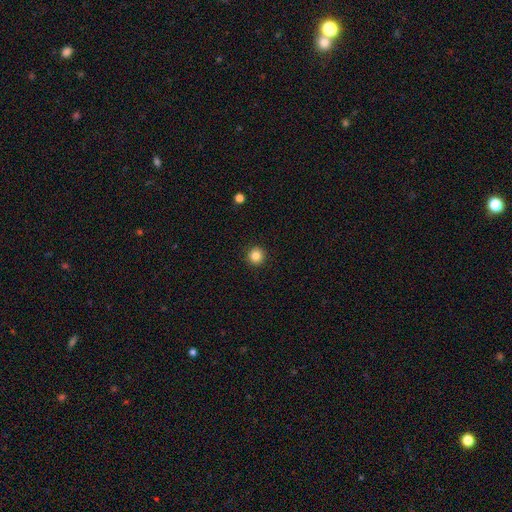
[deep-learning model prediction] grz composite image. It shows a smooth galaxy with no disk features (85%) that is round (95%). Merging: none (93%).